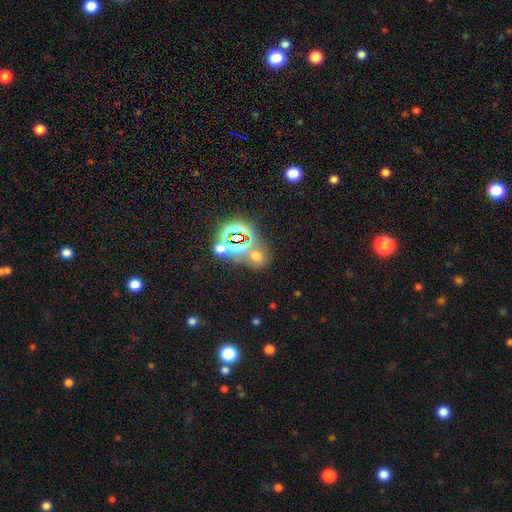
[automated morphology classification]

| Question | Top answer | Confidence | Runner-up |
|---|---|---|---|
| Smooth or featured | star or artifact | 47% | smooth (43%) |